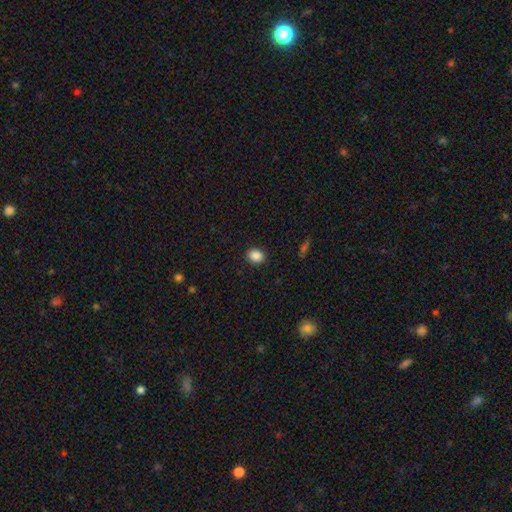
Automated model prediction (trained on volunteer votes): Overall: smooth (88%). How rounded: in between (63%; round 36%). Merging: none (90%).